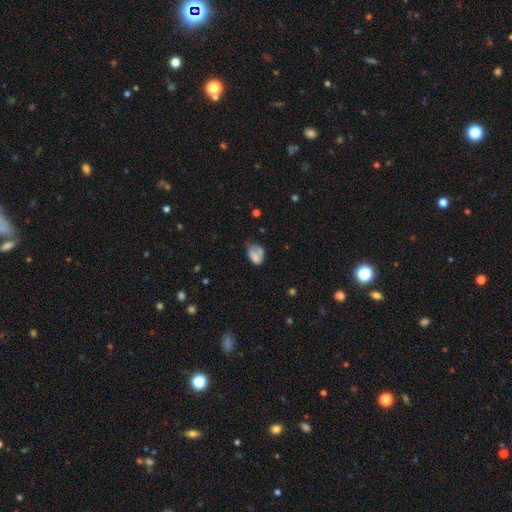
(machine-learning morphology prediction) smooth-or-featured: smooth: 62% | featured or disk: 28% | star or artifact: 11%
  how-rounded: in between: 78% | round: 20% | cigar-shaped: 2%
  merging: none: 31% | minor disturbance: 30% | major disturbance: 25% | merger: 15%